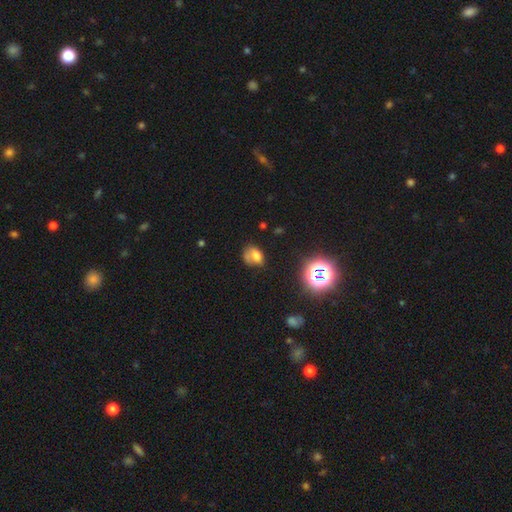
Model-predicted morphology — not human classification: Q: Smooth or featured?
A: smooth (60%); runner-up: featured or disk (22%)
Q: How rounded?
A: in between (68%); runner-up: round (31%)
Q: Merging?
A: none (39%); runner-up: minor disturbance (28%)